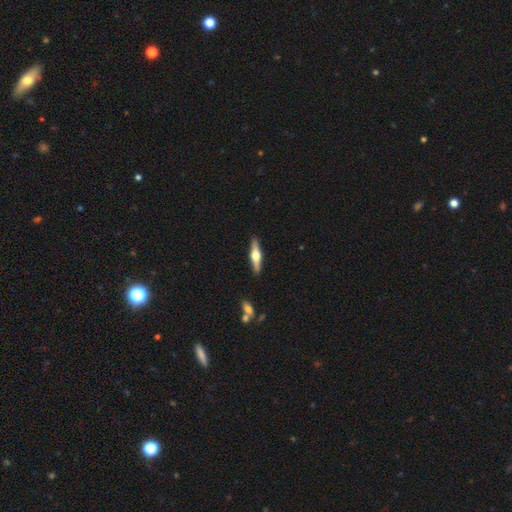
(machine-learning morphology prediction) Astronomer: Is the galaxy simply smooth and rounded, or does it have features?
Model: featured or disk — 66%.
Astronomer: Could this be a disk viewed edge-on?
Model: yes — 97%.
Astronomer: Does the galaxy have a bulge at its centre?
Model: rounded — 94%.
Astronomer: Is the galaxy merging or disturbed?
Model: none — 90%.